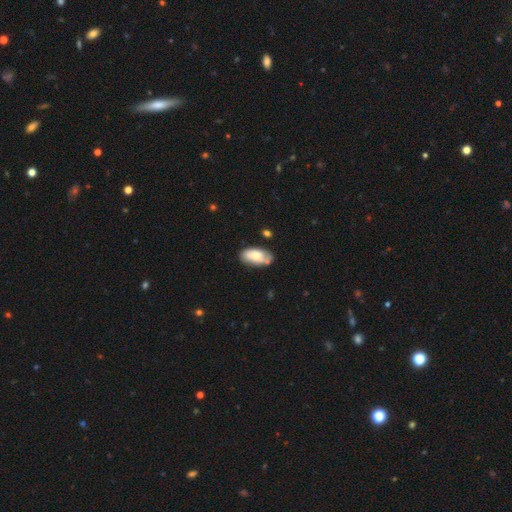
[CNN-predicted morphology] Q: Smooth or featured?
A: smooth (63%); runner-up: featured or disk (31%)
Q: How rounded?
A: in between (93%); runner-up: cigar-shaped (4%)
Q: Merging?
A: none (61%); runner-up: minor disturbance (25%)